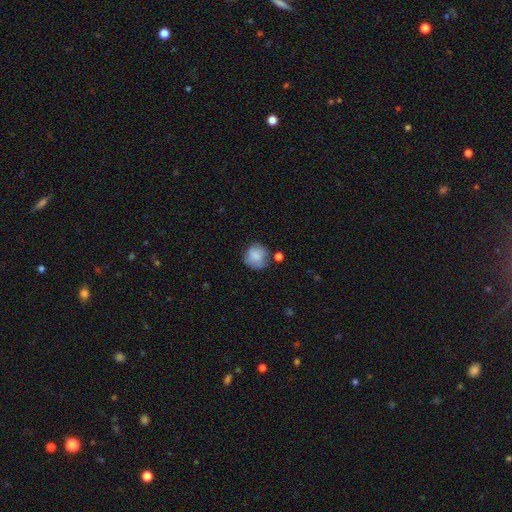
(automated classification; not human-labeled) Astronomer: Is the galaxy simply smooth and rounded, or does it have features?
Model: smooth — 81%.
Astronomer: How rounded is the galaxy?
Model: round — 84%.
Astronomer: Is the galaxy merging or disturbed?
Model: none — 64%.